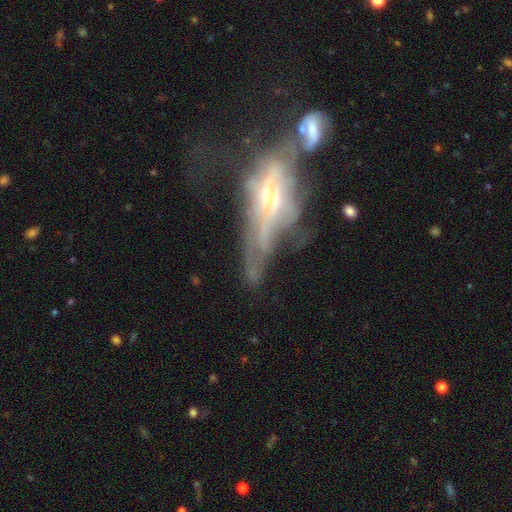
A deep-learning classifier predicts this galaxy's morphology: This appears to be a featured or disk galaxy (71%). Merging: merger (31%).